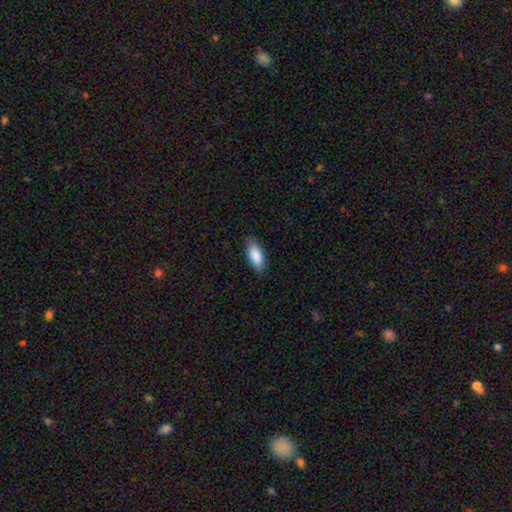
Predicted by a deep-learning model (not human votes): Q: Smooth or featured?
A: smooth (88%); runner-up: featured or disk (6%)
Q: How rounded?
A: in between (84%); runner-up: cigar-shaped (15%)
Q: Merging?
A: none (86%); runner-up: minor disturbance (10%)